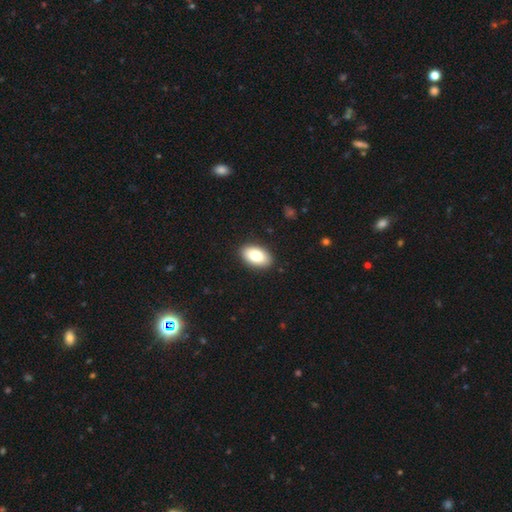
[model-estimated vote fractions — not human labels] Smooth or featured? Predicted: smooth (p=0.83). How rounded? Predicted: in between (p=0.93). Merging? Predicted: none (p=0.90).